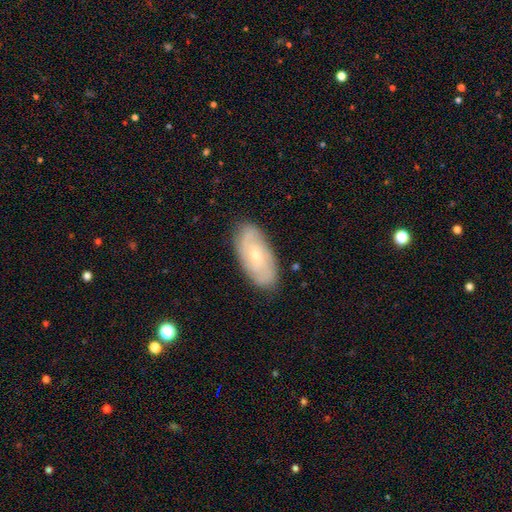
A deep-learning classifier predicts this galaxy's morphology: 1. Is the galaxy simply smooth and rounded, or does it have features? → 62% featured or disk, 32% smooth, 7% star or artifact.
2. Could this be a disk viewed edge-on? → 92% no, 8% yes.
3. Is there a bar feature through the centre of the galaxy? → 65% no, 30% weak, 5% strong.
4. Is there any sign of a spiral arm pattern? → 86% yes, 14% no.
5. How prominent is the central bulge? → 62% small, 33% moderate, 2% none, 1% large, 1% dominant.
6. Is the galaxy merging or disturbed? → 83% none, 13% minor disturbance, 3% major disturbance, 1% merger.